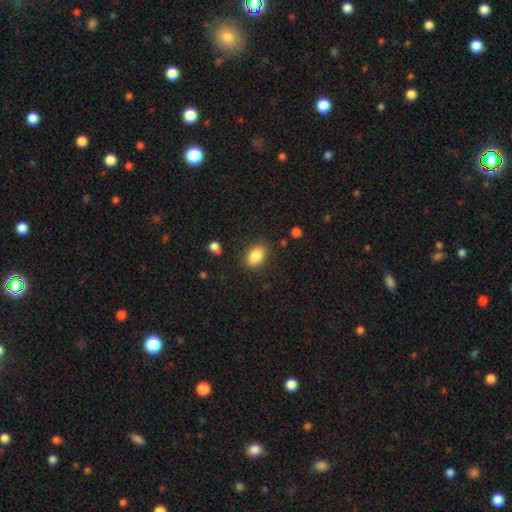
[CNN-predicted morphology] This is clearly a smooth galaxy (87%). How rounded: clearly in between (81%). Merging: clearly none (84%).